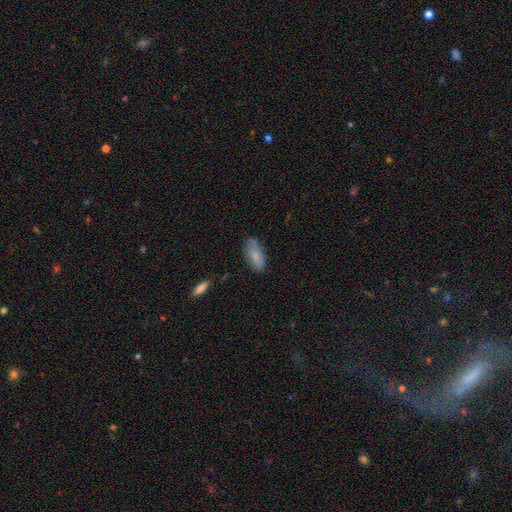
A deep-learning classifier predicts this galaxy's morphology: Smooth or featured?
  - smooth: 79% *
  - featured or disk: 14%
  - star or artifact: 7%
How rounded?
  - in between: 87% *
  - cigar-shaped: 11%
  - round: 2%
Merging?
  - none: 69% *
  - minor disturbance: 23%
  - major disturbance: 5%
  - merger: 3%